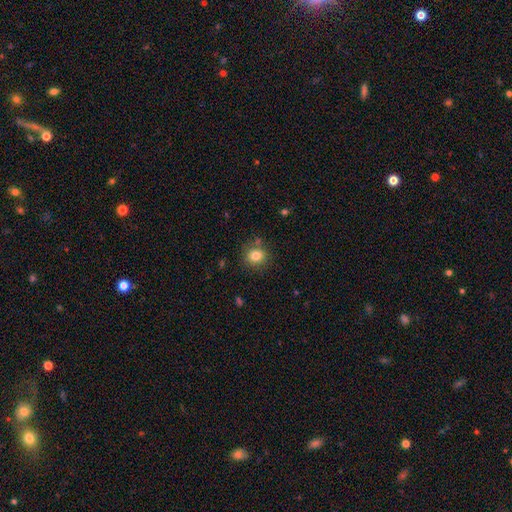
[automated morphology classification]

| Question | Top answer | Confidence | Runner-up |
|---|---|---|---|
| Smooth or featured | smooth | 82% | star or artifact (11%) |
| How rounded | round | 78% | in between (21%) |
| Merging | none | 81% | minor disturbance (11%) |